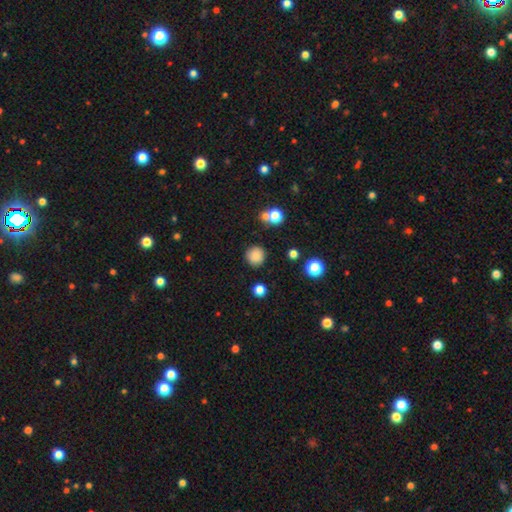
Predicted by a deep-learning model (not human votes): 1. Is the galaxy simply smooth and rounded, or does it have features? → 83% smooth, 12% star or artifact, 5% featured or disk.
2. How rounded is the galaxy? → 94% round, 6% in between, 1% cigar-shaped.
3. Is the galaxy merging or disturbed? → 86% none, 8% minor disturbance, 3% merger, 3% major disturbance.